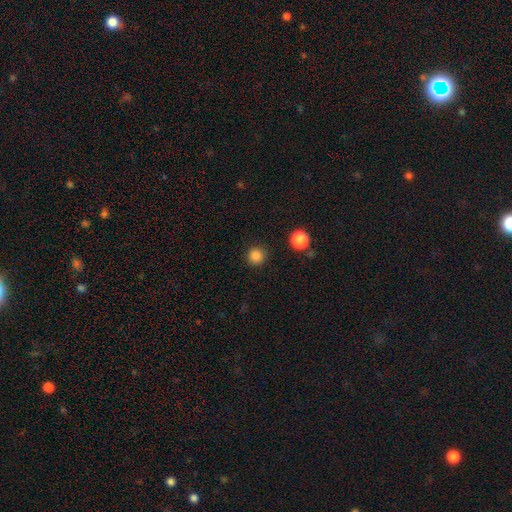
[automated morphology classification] The model was most divided on "smooth or featured": smooth: 84%, star or artifact: 13%, featured or disk: 3%. More confident: how rounded — round (94%); merging — none (90%).